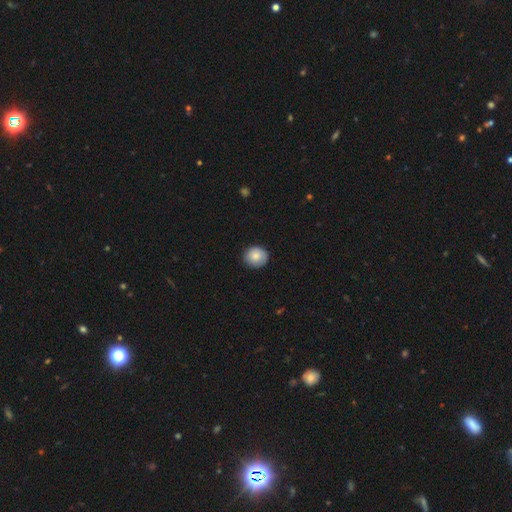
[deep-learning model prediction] Smooth or featured? Predicted: smooth (p=0.81). How rounded? Predicted: round (p=0.83). Merging? Predicted: none (p=0.85).